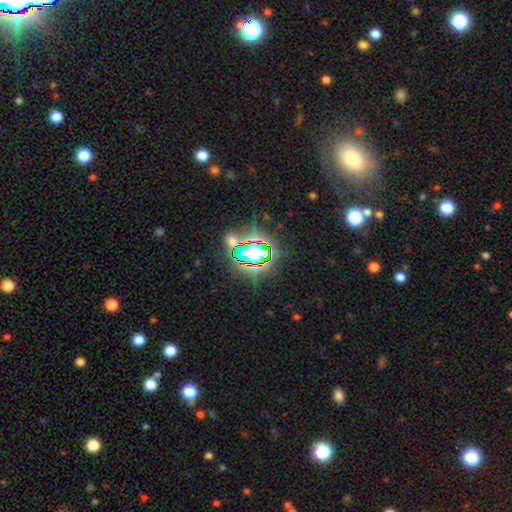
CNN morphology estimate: type=star or artifact (80%).